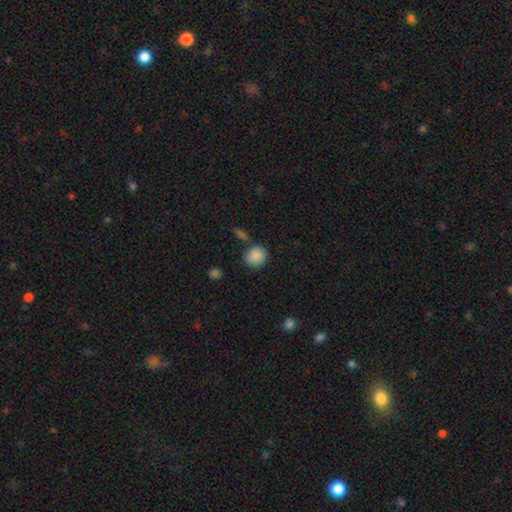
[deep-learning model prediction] smooth-or-featured: smooth: 88% | star or artifact: 8% | featured or disk: 4%
  how-rounded: round: 80% | in between: 19% | cigar-shaped: 1%
  merging: none: 75% | minor disturbance: 13% | merger: 8% | major disturbance: 4%